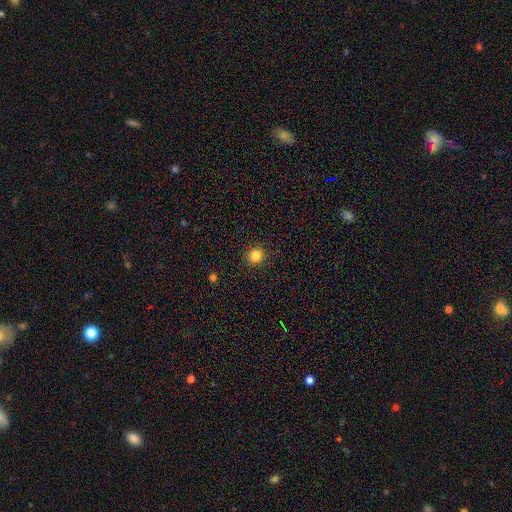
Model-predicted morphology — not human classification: smooth-or-featured: smooth: 84% | star or artifact: 12% | featured or disk: 4%
  how-rounded: round: 91% | in between: 8% | cigar-shaped: 1%
  merging: none: 92% | minor disturbance: 5% | major disturbance: 2% | merger: 1%